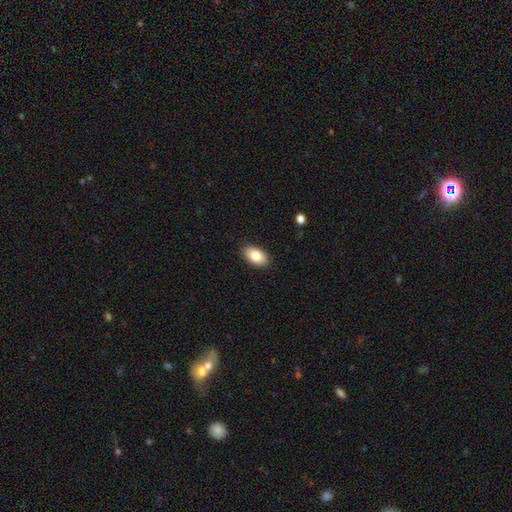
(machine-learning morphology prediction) This appears to be a smooth galaxy with no disk features (83%) that is in between round and cigar-shaped (93%). Merging: none (88%).